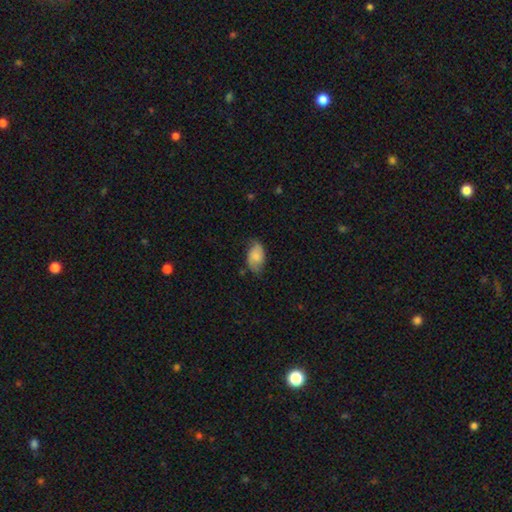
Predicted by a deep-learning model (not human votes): smooth_or_featured: smooth (p=0.69) [alt: featured or disk p=0.24]
how_rounded: in between (p=0.92) [alt: round p=0.07]
merging: none (p=0.61) [alt: minor disturbance p=0.30]